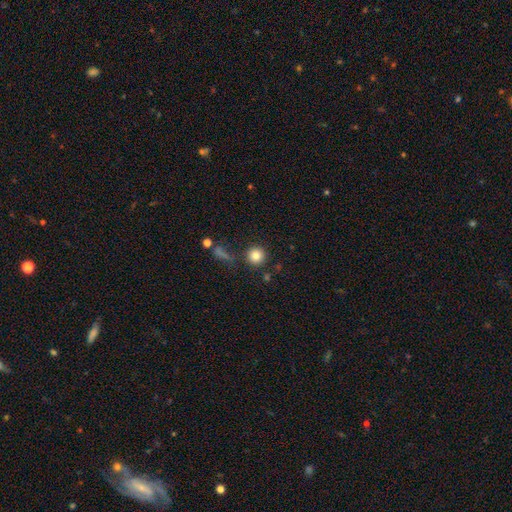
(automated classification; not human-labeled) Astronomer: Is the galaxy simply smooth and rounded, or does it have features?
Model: smooth — 82%.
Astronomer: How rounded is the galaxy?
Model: round — 94%.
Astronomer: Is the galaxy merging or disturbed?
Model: none — 83%.